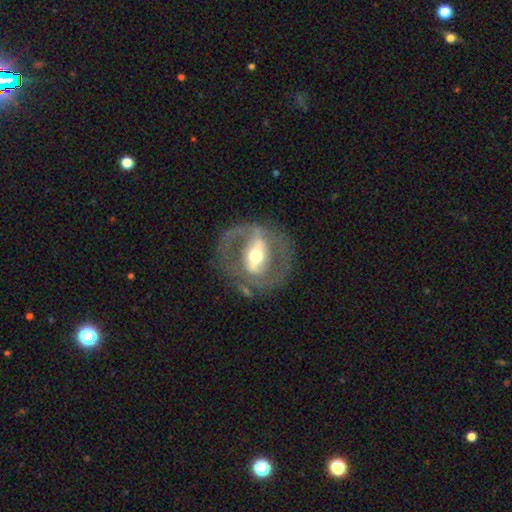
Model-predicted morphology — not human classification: Overall: featured or disk (77%). Edge-on disk: no (89%). Bar: strong (59%; weak 24%). Spiral arms: no (57%; yes 43%). Bulge size: moderate (65%). Merging: none (71%).